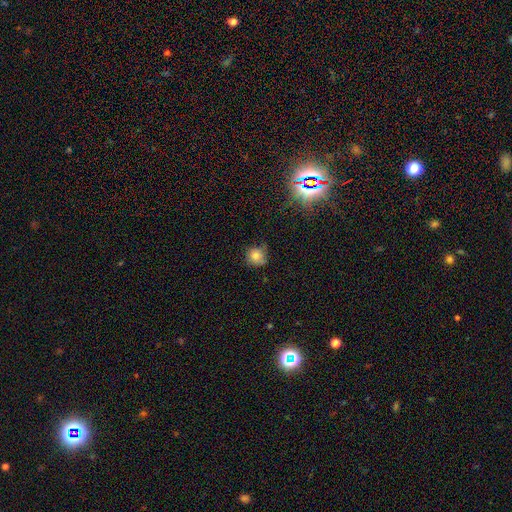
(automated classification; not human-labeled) Smooth or featured? smooth (77%)
How rounded? round (85%)
Merging? none (61%)